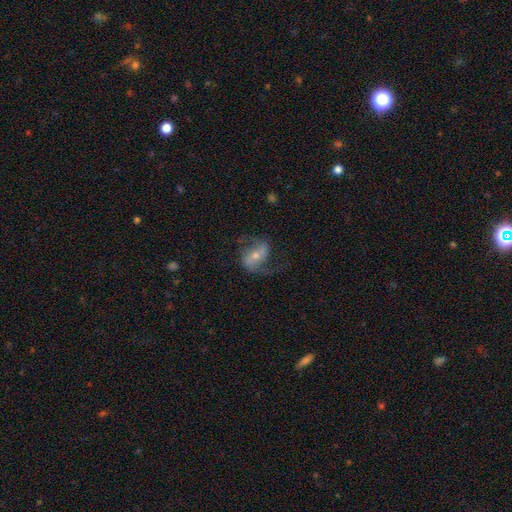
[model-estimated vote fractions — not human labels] Smooth or featured? Predicted: featured or disk (p=0.79). Edge-on disk? Predicted: no (p=0.96). Bar? Predicted: weak (p=0.39). Spiral arms? Predicted: yes (p=0.93). Spiral winding? Predicted: loose (p=0.53). Spiral arm count? Predicted: 2 (p=0.88). Bulge size? Predicted: moderate (p=0.51). Merging? Predicted: none (p=0.66).